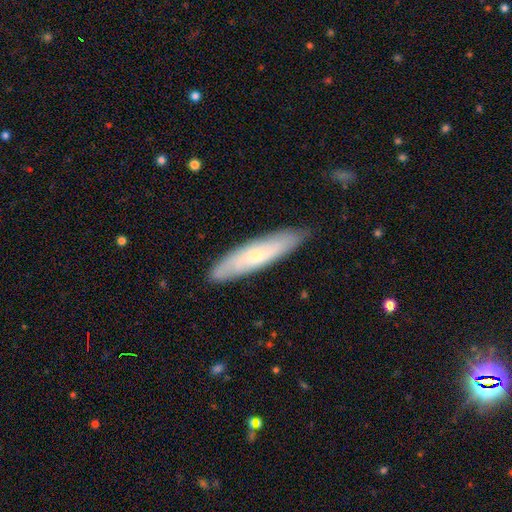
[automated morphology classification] This is possibly a smooth galaxy (48%). Merging: clearly none (85%).